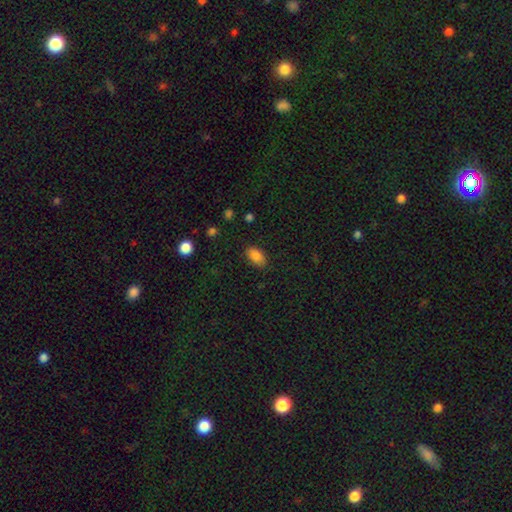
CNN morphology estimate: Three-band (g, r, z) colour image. It shows a smooth galaxy with no disk features (85%) that is in between round and cigar-shaped (91%). Merging: none (83%).